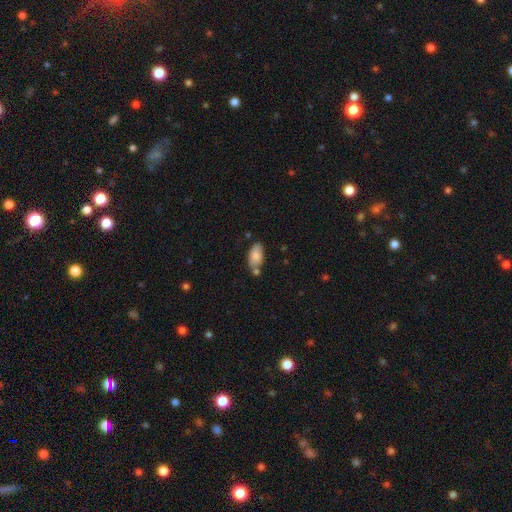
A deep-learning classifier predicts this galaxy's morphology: The model was most divided on "merging": none: 59%, minor disturbance: 20%, merger: 15%, major disturbance: 5%. More confident: how rounded — in between (92%); smooth or featured — smooth (83%).